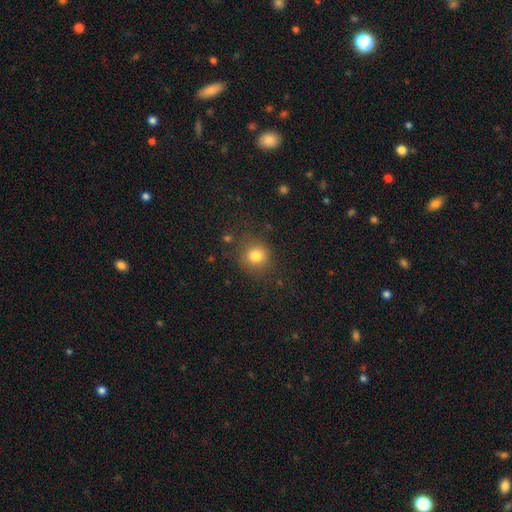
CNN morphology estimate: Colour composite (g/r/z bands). It shows a smooth galaxy with no disk features (80%) that is round (90%). Merging: none (83%).